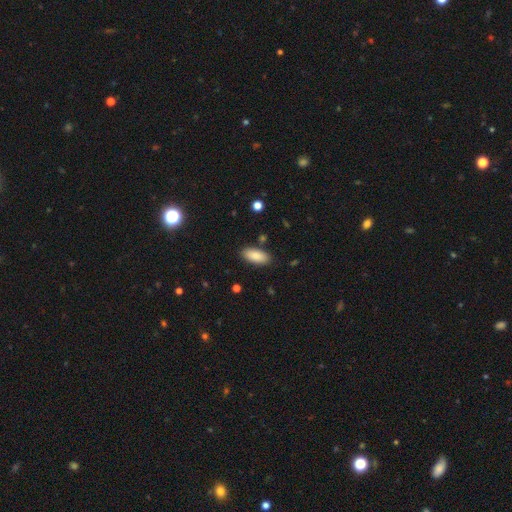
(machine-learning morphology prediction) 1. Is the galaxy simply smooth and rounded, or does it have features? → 86% smooth, 7% star or artifact, 7% featured or disk.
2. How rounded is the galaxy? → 87% in between, 12% cigar-shaped, 2% round.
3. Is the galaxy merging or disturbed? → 86% none, 9% minor disturbance, 2% major disturbance, 2% merger.